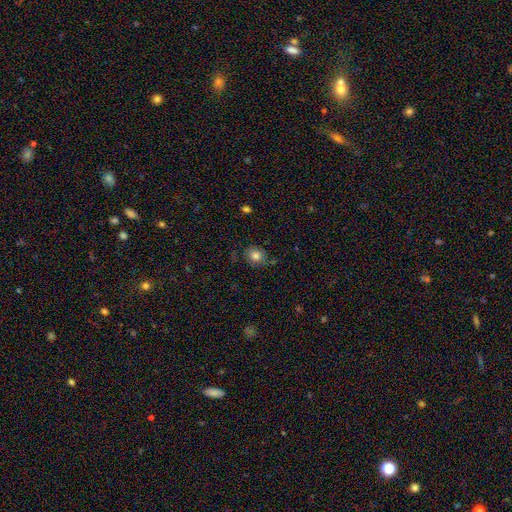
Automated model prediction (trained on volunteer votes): A smooth galaxy with no disk features (80%) that is round (64%).

Vote fractions:
- Smooth or featured? smooth: 80% / star or artifact: 10% / featured or disk: 10%
- How rounded? round: 64% / in between: 35% / cigar-shaped: 1%
- Merging? none: 74% / minor disturbance: 19% / major disturbance: 5% / merger: 3%